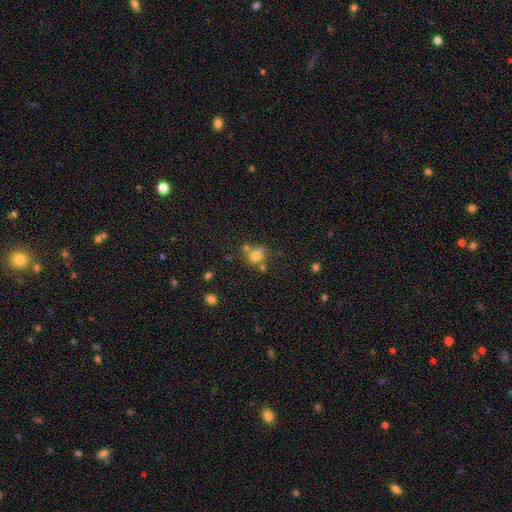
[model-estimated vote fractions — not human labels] This is likely a smooth galaxy (69%). How rounded: likely round (76%). Merging: possibly none (47%).